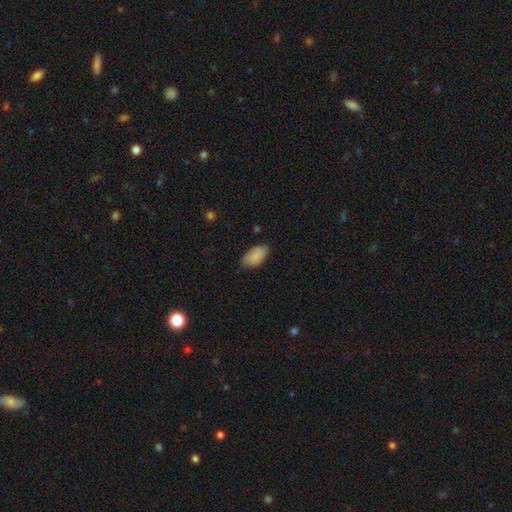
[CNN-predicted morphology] The model was most divided on "merging": none: 73%, minor disturbance: 22%, major disturbance: 3%, merger: 1%. More confident: how rounded — in between (94%); smooth or featured — smooth (88%).